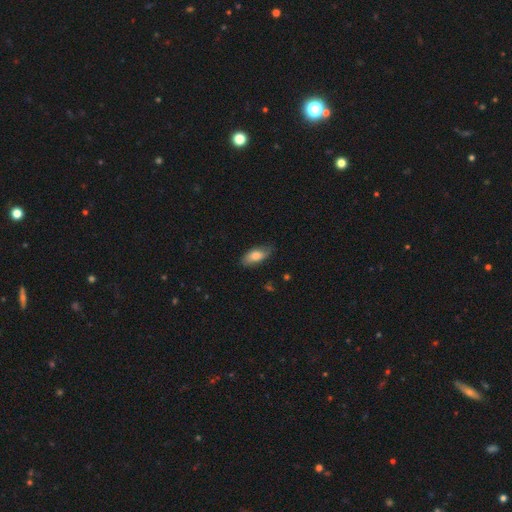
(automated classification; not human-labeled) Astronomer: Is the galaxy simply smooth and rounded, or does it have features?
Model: smooth — 72%.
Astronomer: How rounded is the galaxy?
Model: in between — 85%.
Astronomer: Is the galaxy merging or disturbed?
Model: none — 75%.